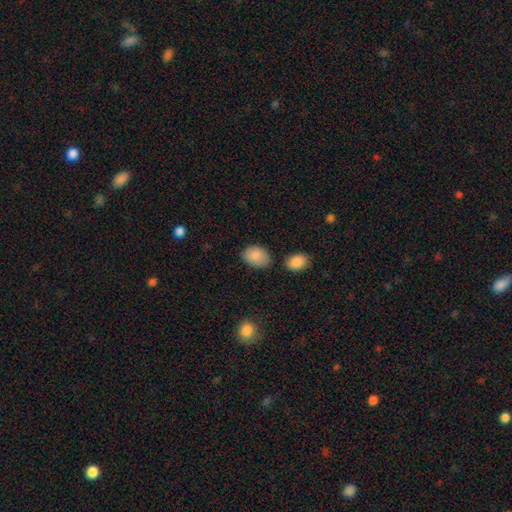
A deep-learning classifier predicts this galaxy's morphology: Smooth or featured?
  - smooth: 88% *
  - star or artifact: 7%
  - featured or disk: 5%
How rounded?
  - in between: 80% *
  - round: 19%
  - cigar-shaped: 1%
Merging?
  - none: 68% *
  - minor disturbance: 20%
  - merger: 7%
  - major disturbance: 4%